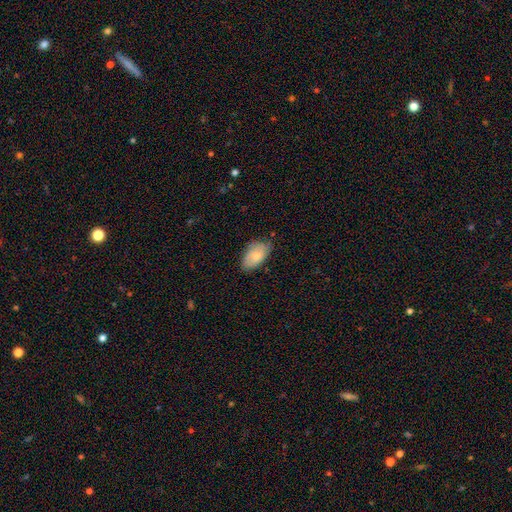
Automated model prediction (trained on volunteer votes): A smooth galaxy with no disk features (74%) that is in between round and cigar-shaped (93%). Merging: none (65%).